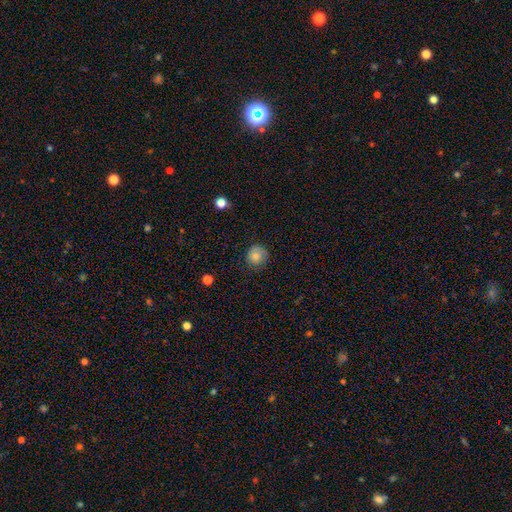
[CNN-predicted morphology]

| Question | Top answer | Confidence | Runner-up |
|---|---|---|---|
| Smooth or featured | smooth | 78% | featured or disk (13%) |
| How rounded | round | 84% | in between (15%) |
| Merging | none | 72% | minor disturbance (20%) |